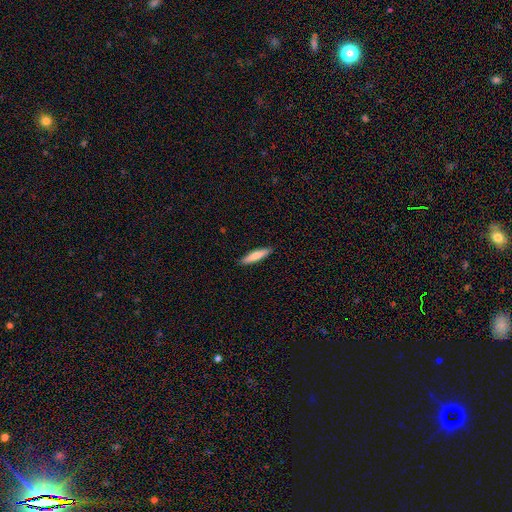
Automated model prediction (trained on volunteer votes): Q: Smooth or featured?
A: smooth (76%); runner-up: featured or disk (18%)
Q: How rounded?
A: cigar-shaped (84%); runner-up: in between (15%)
Q: Merging?
A: none (90%); runner-up: minor disturbance (7%)